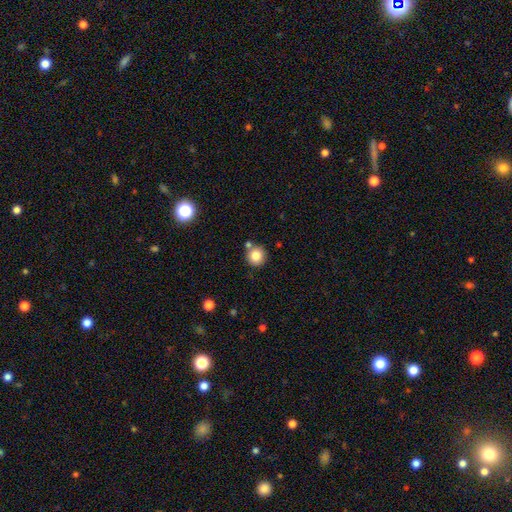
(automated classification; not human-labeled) smooth-or-featured: smooth: 82% | star or artifact: 11% | featured or disk: 8%
  how-rounded: round: 93% | in between: 6% | cigar-shaped: 1%
  merging: none: 76% | merger: 13% | minor disturbance: 9% | major disturbance: 2%